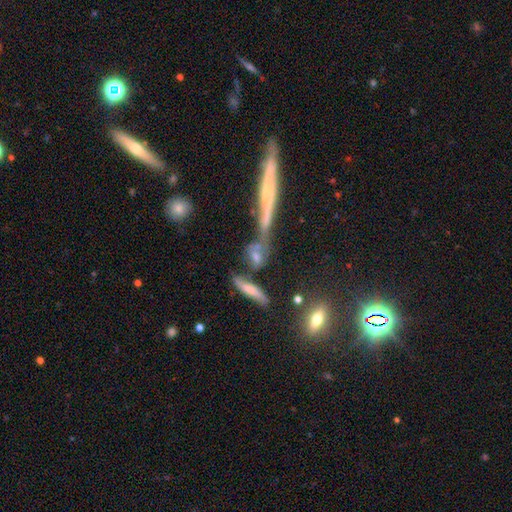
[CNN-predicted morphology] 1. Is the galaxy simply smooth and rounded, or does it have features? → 58% smooth, 28% featured or disk, 14% star or artifact.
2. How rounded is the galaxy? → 45% cigar-shaped, 42% in between, 13% round.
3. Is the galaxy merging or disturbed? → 41% none, 37% merger, 13% minor disturbance, 9% major disturbance.